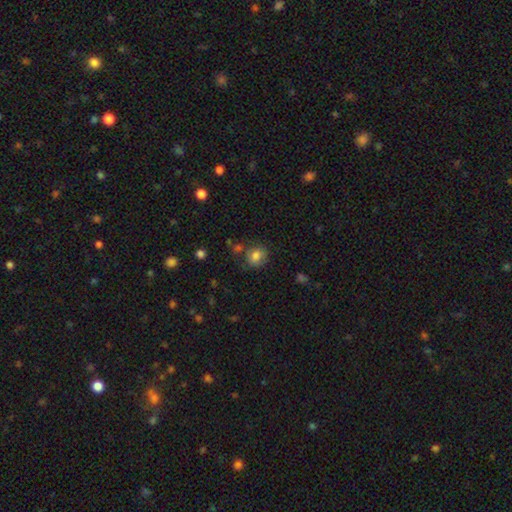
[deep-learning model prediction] Q: Smooth or featured?
A: smooth (79%); runner-up: featured or disk (11%)
Q: How rounded?
A: round (71%); runner-up: in between (28%)
Q: Merging?
A: none (64%); runner-up: minor disturbance (20%)